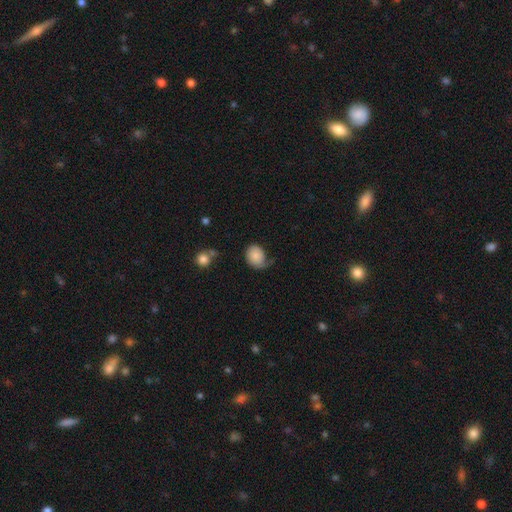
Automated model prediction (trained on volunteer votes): Morphology: type=smooth (76%); roundness=in between (52%); merging=none (38%).